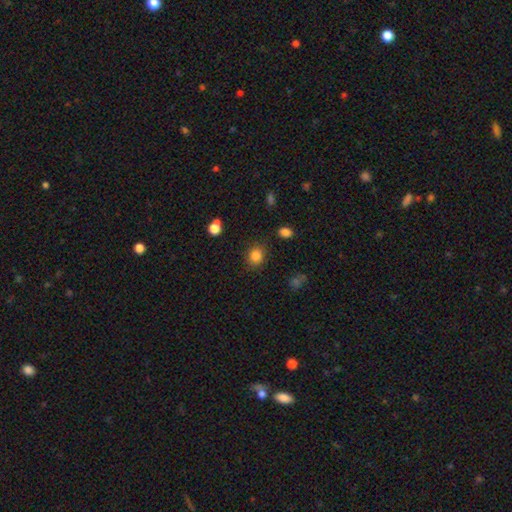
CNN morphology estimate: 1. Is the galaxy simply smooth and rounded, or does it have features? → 84% smooth, 11% star or artifact, 5% featured or disk.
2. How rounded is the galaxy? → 70% round, 29% in between, 1% cigar-shaped.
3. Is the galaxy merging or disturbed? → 84% none, 10% minor disturbance, 3% major disturbance, 2% merger.